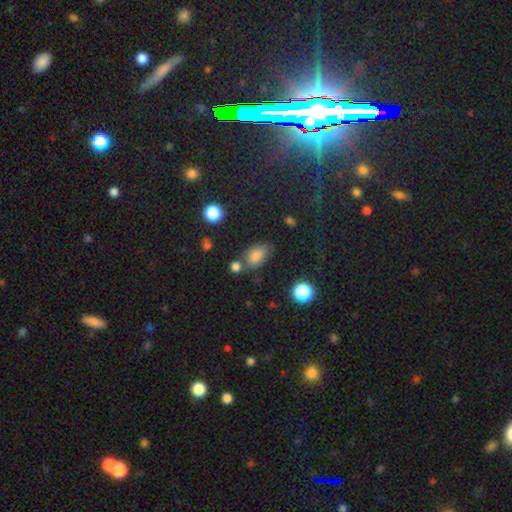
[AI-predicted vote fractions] Q: Smooth or featured?
A: smooth (80%); runner-up: star or artifact (12%)
Q: How rounded?
A: in between (84%); runner-up: round (14%)
Q: Merging?
A: none (61%); runner-up: minor disturbance (20%)